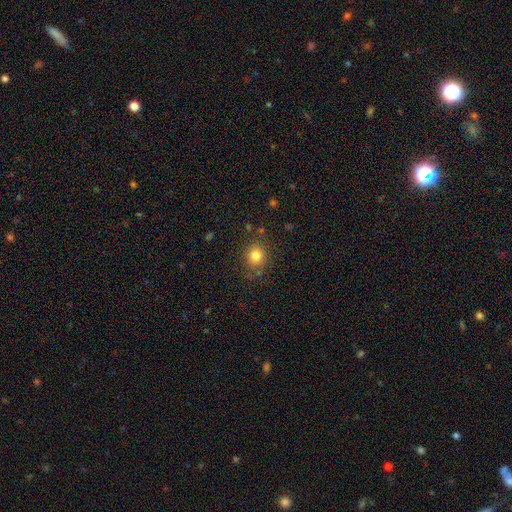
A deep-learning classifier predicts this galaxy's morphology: Overall: smooth (80%). How rounded: round (81%). Merging: none (81%).